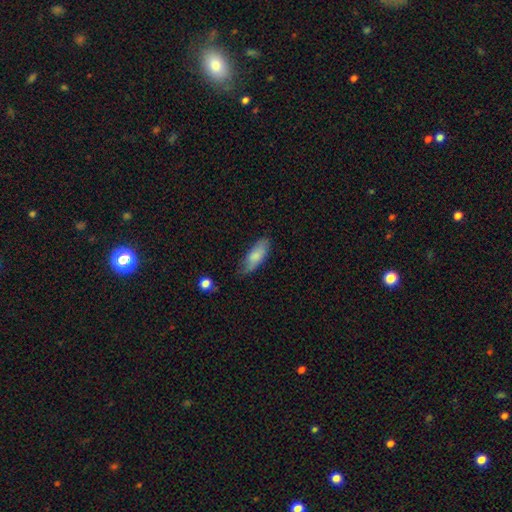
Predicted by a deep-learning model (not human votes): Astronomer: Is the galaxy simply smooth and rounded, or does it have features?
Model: smooth — 81%.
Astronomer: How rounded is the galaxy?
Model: in between — 75%.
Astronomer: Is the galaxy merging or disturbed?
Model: none — 66%.